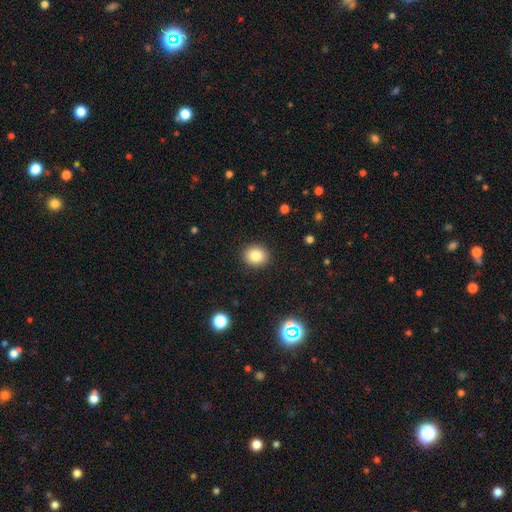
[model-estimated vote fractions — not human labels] Smooth or featured? Predicted: smooth (p=0.83). How rounded? Predicted: round (p=0.75). Merging? Predicted: none (p=0.91).